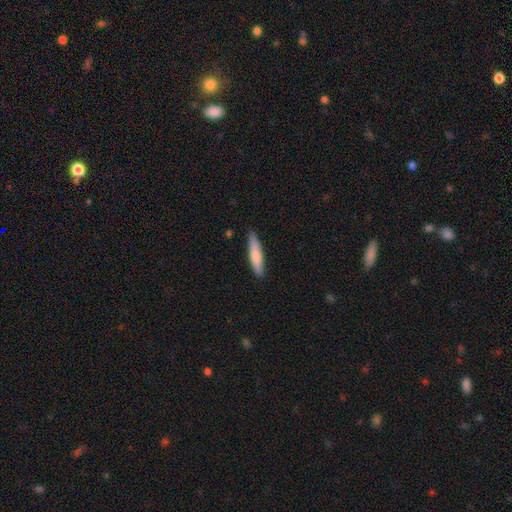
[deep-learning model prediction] A smooth galaxy with no disk features (77%) that is cigar-shaped (83%).

Vote fractions:
- Smooth or featured? smooth: 77% / featured or disk: 17% / star or artifact: 5%
- How rounded? cigar-shaped: 83% / in between: 15% / round: 1%
- Merging? none: 87% / minor disturbance: 10% / major disturbance: 2% / merger: 1%